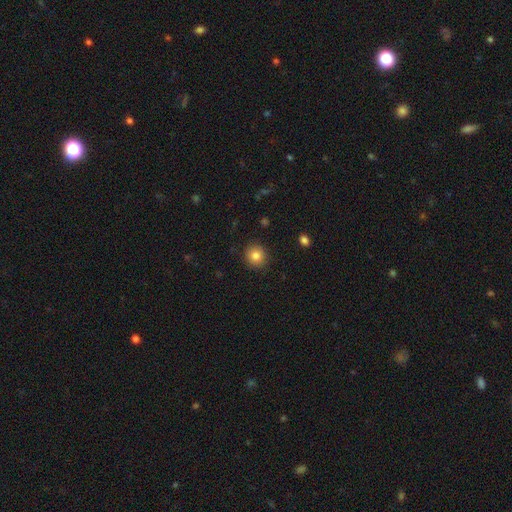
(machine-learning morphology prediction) This appears to be a smooth galaxy with no disk features (83%) that is round (91%). Merging: none (91%).